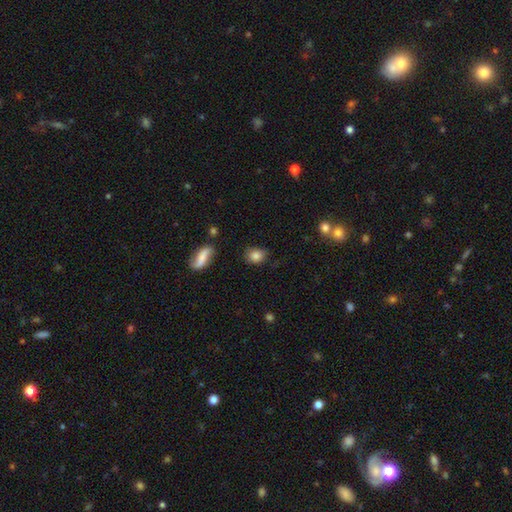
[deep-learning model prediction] Q: Smooth or featured?
A: smooth (82%); runner-up: star or artifact (9%)
Q: How rounded?
A: in between (49%); tied with: round (49%)
Q: Merging?
A: none (75%); runner-up: minor disturbance (18%)